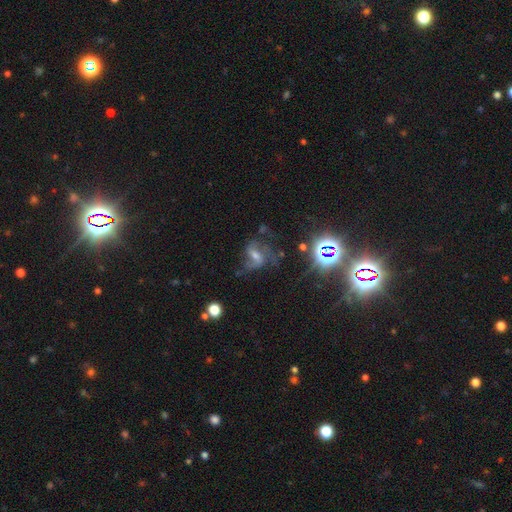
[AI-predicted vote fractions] smooth_or_featured: featured or disk (p=0.58) [alt: star or artifact p=0.26]
disk_edge_on: no (p=0.95) [alt: yes p=0.05]
bar: weak (p=0.44) [alt: strong p=0.29]
has_spiral_arms: yes (p=0.82) [alt: no p=0.18]
bulge_size: moderate (p=0.46) [alt: small p=0.37]
merging: none (p=0.48) [alt: major disturbance p=0.28]